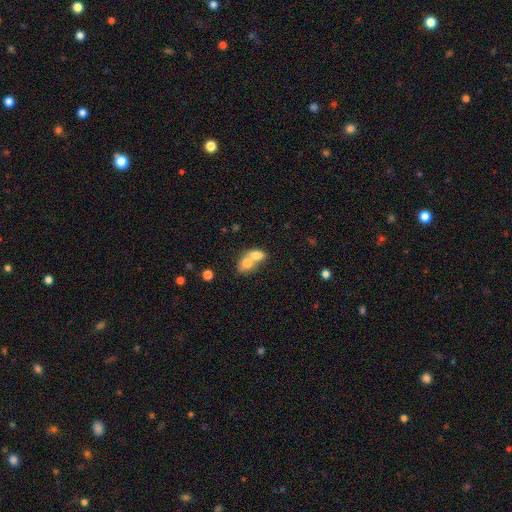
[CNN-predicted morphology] A smooth galaxy with no disk features (75%) that is in between round and cigar-shaped (75%).

Vote fractions:
- Smooth or featured? smooth: 75% / featured or disk: 17% / star or artifact: 8%
- How rounded? in between: 75% / round: 22% / cigar-shaped: 2%
- Merging? merger: 75% / none: 17% / minor disturbance: 5% / major disturbance: 3%